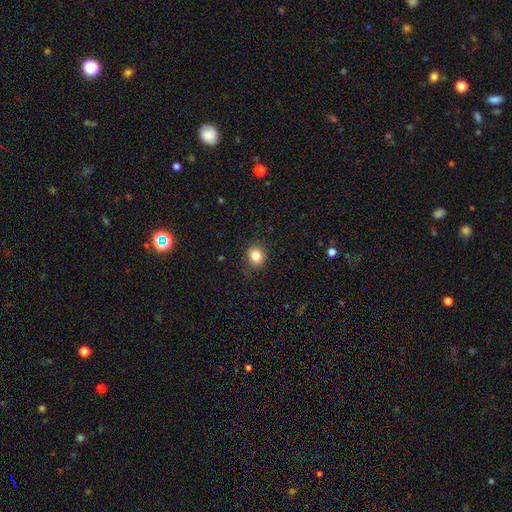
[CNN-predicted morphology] Q: Smooth or featured?
A: smooth (84%); runner-up: star or artifact (11%)
Q: How rounded?
A: round (73%); runner-up: in between (26%)
Q: Merging?
A: none (89%); runner-up: minor disturbance (8%)